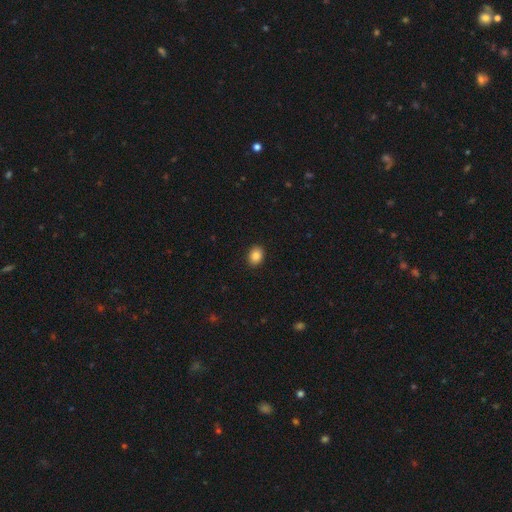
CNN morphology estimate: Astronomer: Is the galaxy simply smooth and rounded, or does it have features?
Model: smooth — 87%.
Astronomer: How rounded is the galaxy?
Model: in between — 52% (runner-up: round, 47%).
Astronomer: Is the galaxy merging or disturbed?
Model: none — 91%.